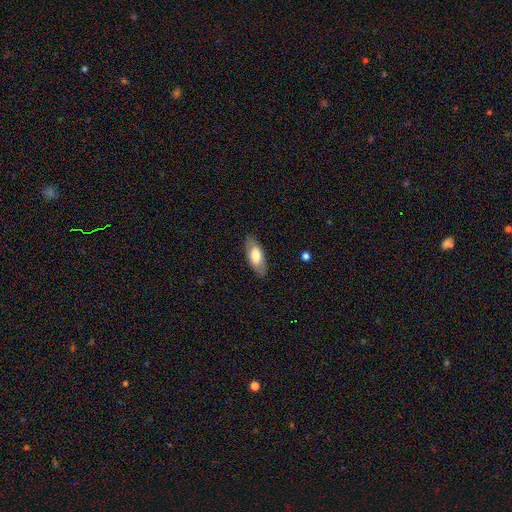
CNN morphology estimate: The model was most divided on "smooth or featured": smooth: 71%, featured or disk: 23%, star or artifact: 6%. More confident: merging — none (84%); how rounded — in between (84%).